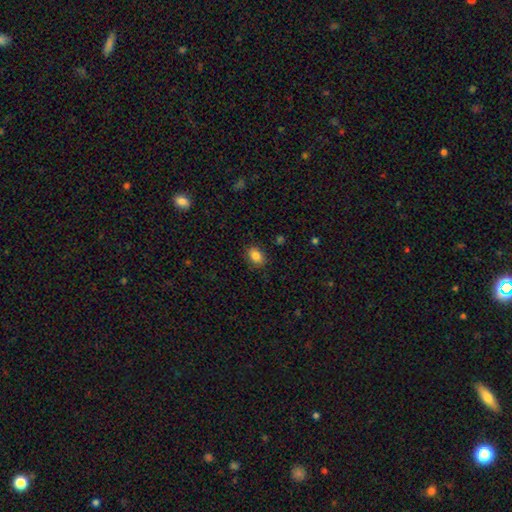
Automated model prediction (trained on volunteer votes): Morphology: type=smooth (85%); roundness=in between (79%); merging=none (86%).